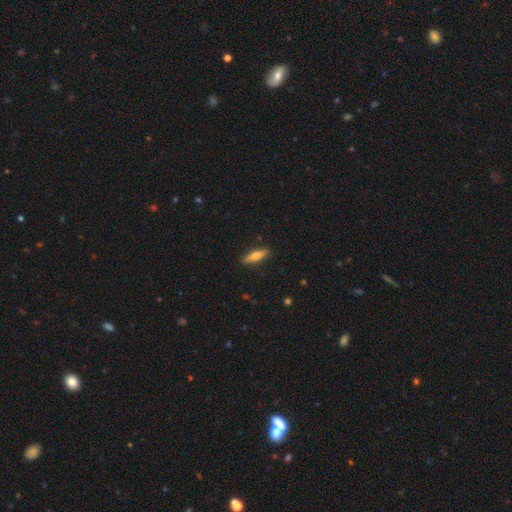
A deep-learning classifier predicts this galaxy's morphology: The model was most divided on "how rounded": cigar-shaped: 57%, in between: 40%, round: 2%. More confident: merging — none (89%); smooth or featured — smooth (64%).